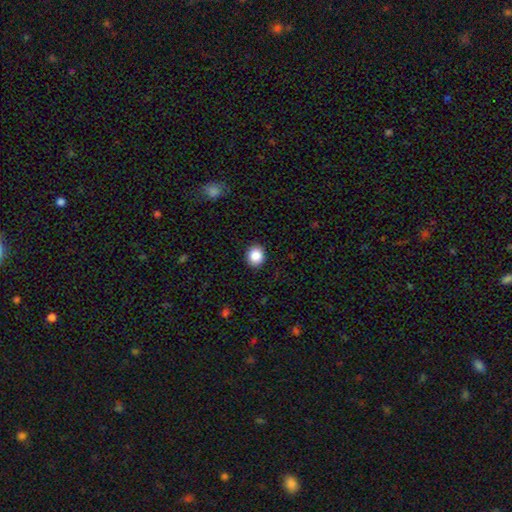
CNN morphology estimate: smooth 87%, star or artifact 9%, featured or disk 4%. Down the decision tree: how rounded — round (78%); merging — none (91%).